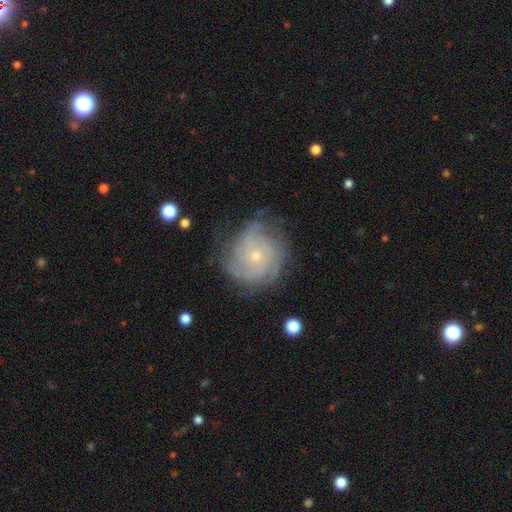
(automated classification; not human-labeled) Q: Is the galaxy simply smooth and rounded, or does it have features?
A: featured or disk — 75%.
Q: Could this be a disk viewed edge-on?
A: no — 97%.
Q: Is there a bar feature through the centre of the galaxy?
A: no — 82%.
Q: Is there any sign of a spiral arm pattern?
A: yes — 90%.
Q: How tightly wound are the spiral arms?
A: tight — 61%.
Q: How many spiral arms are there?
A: can't tell — 39%.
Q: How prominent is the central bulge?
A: small — 80%.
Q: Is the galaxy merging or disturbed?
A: none — 66%.